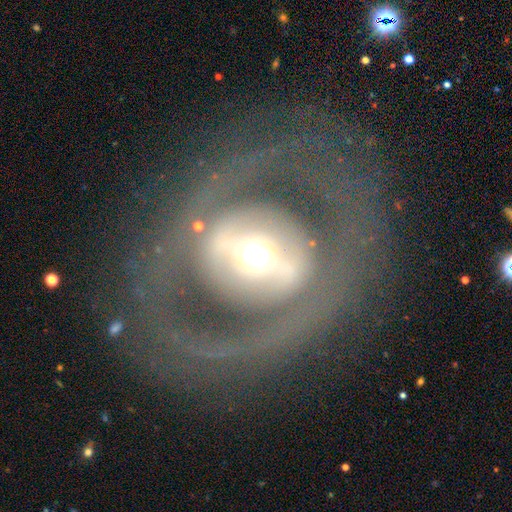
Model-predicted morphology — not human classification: Smooth or featured: featured or disk — 72% (smooth — 20%)
Edge-on disk: no — 93% (yes — 7%)
Bar: no — 38% (strong — 35%)
Spiral arms: no — 58% (yes — 42%)
Bulge size: moderate — 56% (large — 25%)
Merging: none — 73% (major disturbance — 15%)